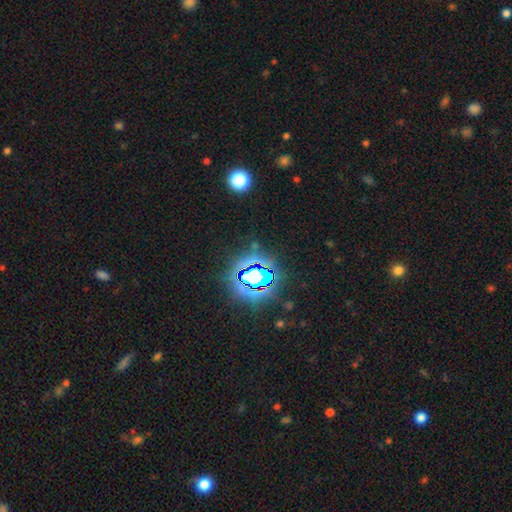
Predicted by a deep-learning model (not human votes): Overall: star or artifact (84%).